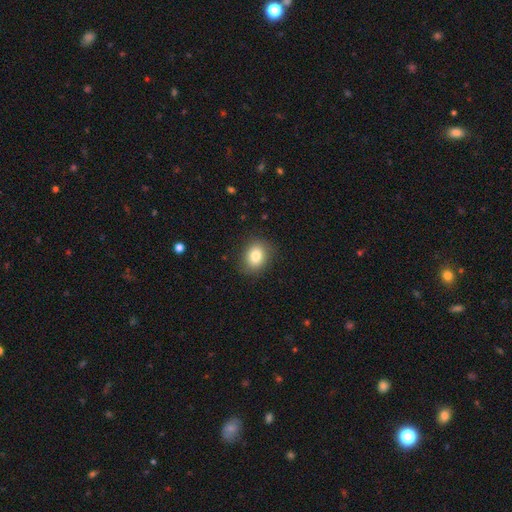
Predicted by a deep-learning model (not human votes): Morphology: type=smooth (81%); roundness=round (50%); merging=none (86%).